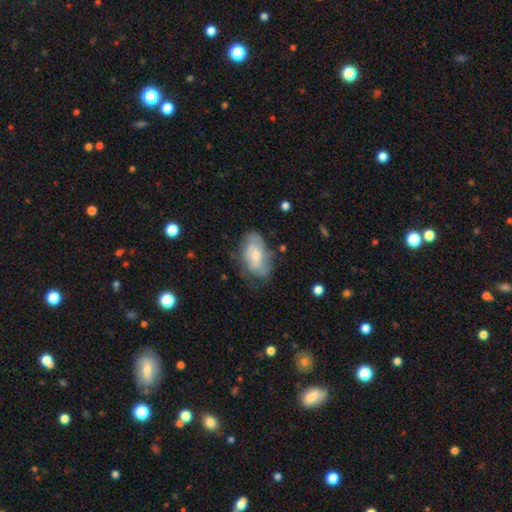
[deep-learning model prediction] Overall: featured or disk (48%; smooth 44%). Merging: none (58%; minor disturbance 28%).